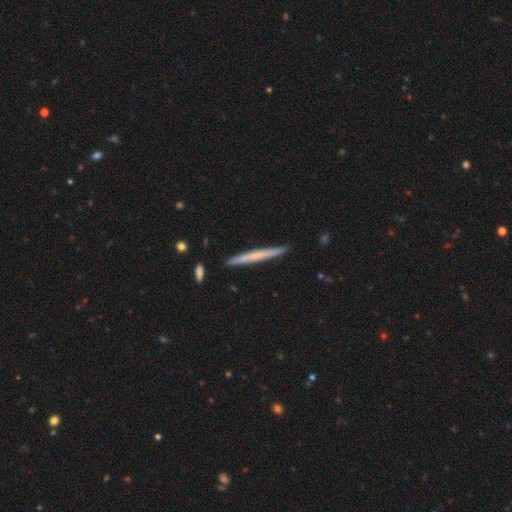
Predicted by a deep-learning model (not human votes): Q: Smooth or featured?
A: smooth (54%); runner-up: featured or disk (40%)
Q: How rounded?
A: cigar-shaped (97%); runner-up: in between (2%)
Q: Merging?
A: none (90%); runner-up: minor disturbance (7%)